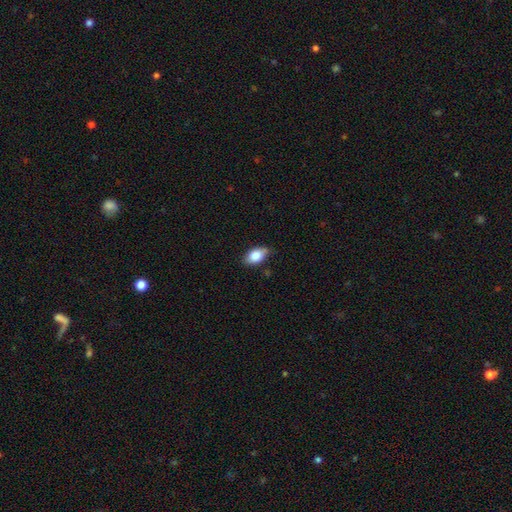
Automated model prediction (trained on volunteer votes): A smooth galaxy with no disk features (83%) that is in between round and cigar-shaped (89%).

Vote fractions:
- Smooth or featured? smooth: 83% / featured or disk: 10% / star or artifact: 7%
- How rounded? in between: 89% / round: 7% / cigar-shaped: 4%
- Merging? none: 74% / minor disturbance: 21% / major disturbance: 3% / merger: 1%